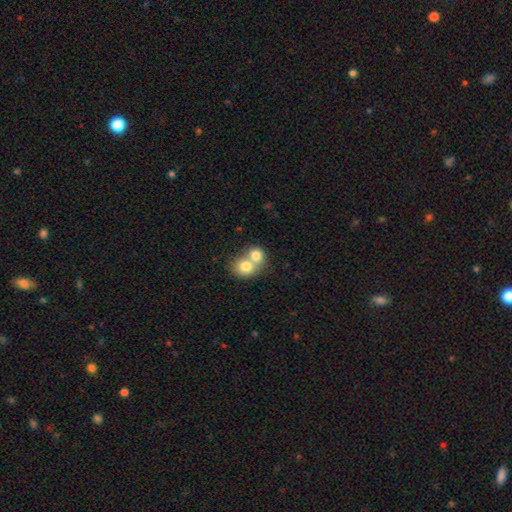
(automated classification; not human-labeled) This appears to be a smooth galaxy with no disk features (76%) that is round (70%). Merging: merger (71%).